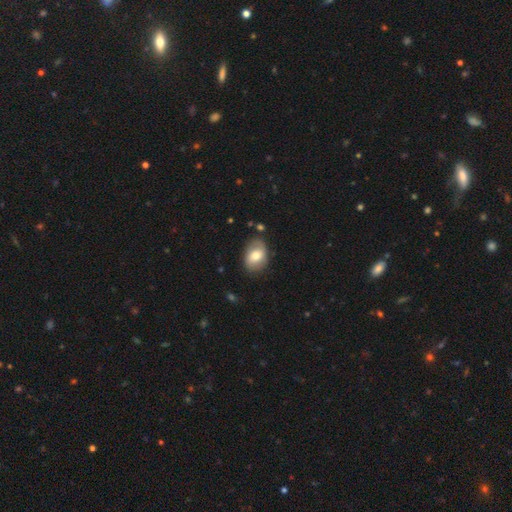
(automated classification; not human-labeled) A smooth galaxy with no disk features (66%) that is in between round and cigar-shaped (80%).

Vote fractions:
- Smooth or featured? smooth: 66% / featured or disk: 27% / star or artifact: 7%
- How rounded? in between: 80% / round: 19% / cigar-shaped: 1%
- Merging? none: 76% / minor disturbance: 18% / major disturbance: 4% / merger: 2%